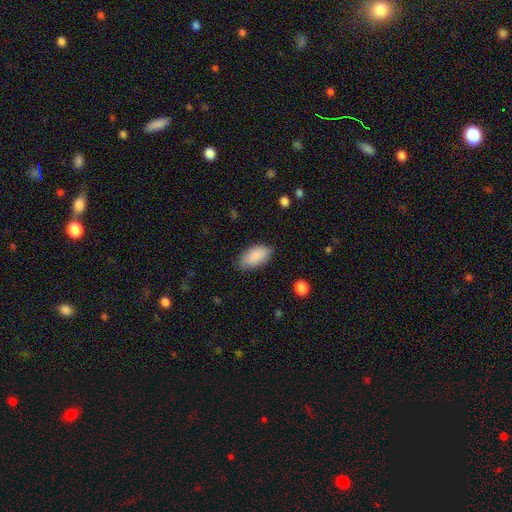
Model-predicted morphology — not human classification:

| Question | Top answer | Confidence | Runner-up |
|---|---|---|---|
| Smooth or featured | smooth | 89% | star or artifact (6%) |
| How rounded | in between | 94% | cigar-shaped (4%) |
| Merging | none | 80% | minor disturbance (16%) |